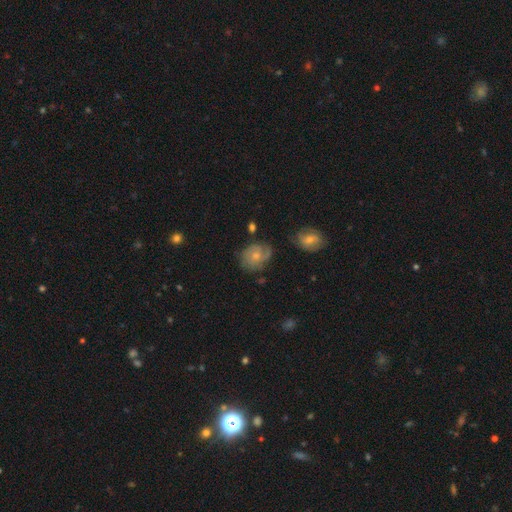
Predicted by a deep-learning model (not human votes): Morphology: type=featured or disk (52%); edge-on=no (97%); bar=no (80%); spiral arms=yes (82%); bulge=small (52%); merging=none (60%).